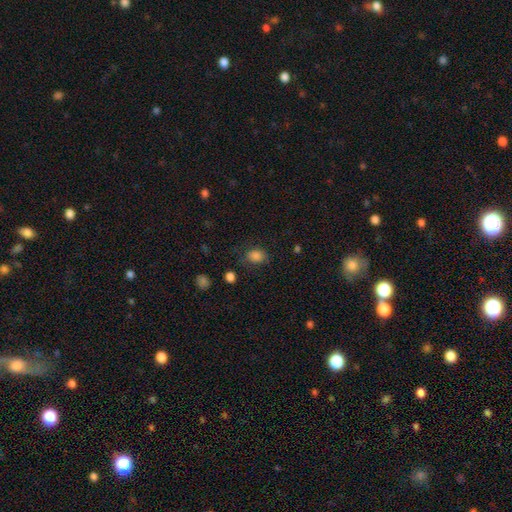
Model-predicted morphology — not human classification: A smooth galaxy with no disk features (83%) that is in between round and cigar-shaped (60%). Merging: none (68%).